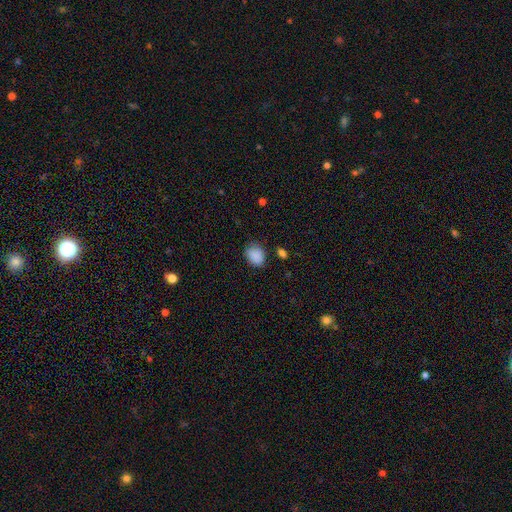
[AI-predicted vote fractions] This is clearly a smooth galaxy (88%). How rounded: possibly in between (57%). Merging: likely none (71%).